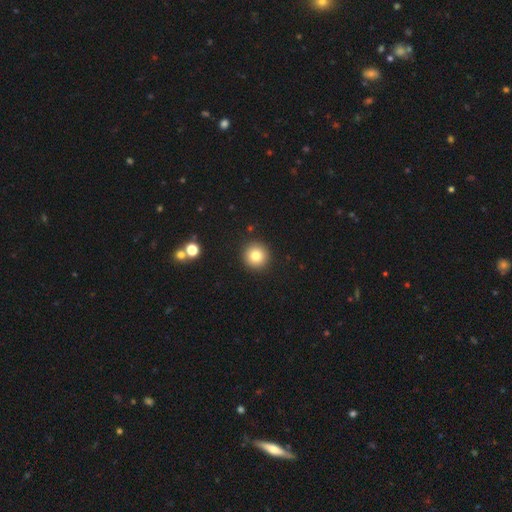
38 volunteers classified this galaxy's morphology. A smooth galaxy with no disk features (82%) that is round (97%).

Vote fractions:
- Smooth or featured? smooth: 82% / featured or disk: 13% / star or artifact: 5%
- How rounded? round: 97% / in between: 3% / cigar-shaped: 0%
- Merging? none: 86% / minor disturbance: 8% / major disturbance: 6% / merger: 0%